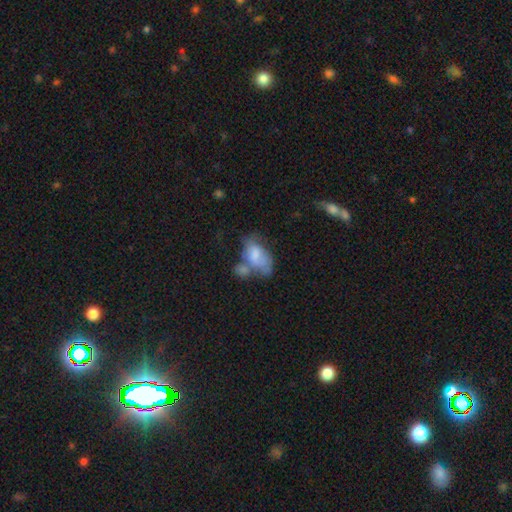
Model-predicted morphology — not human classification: Overall: smooth (67%). How rounded: in between (91%). Merging: merger (42%; none 21%).